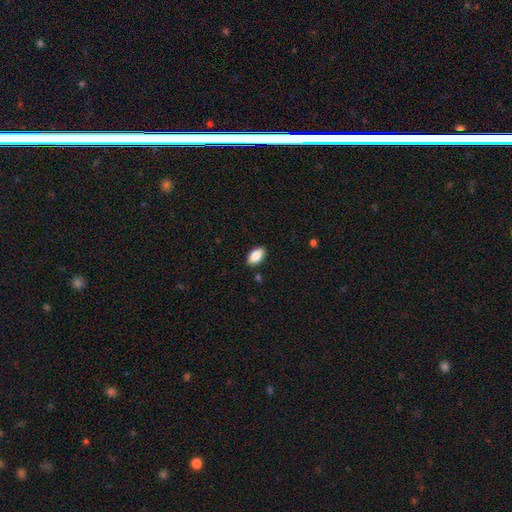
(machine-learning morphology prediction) Smooth or featured? Predicted: smooth (p=0.87). How rounded? Predicted: in between (p=0.94). Merging? Predicted: none (p=0.88).